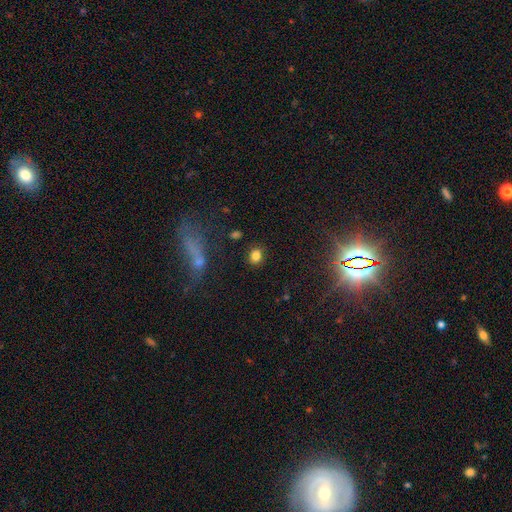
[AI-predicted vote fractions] Smooth or featured? smooth (82%)
How rounded? round (61%)
Merging? none (86%)